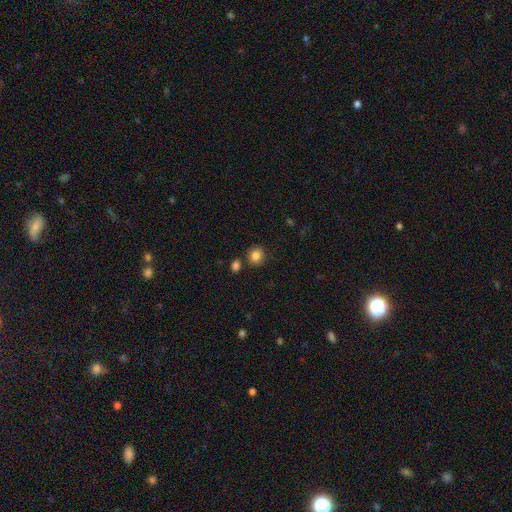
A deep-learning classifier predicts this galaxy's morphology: Smooth or featured: smooth — 85% (star or artifact — 10%)
How rounded: round — 81% (in between — 18%)
Merging: none — 81% (minor disturbance — 9%)